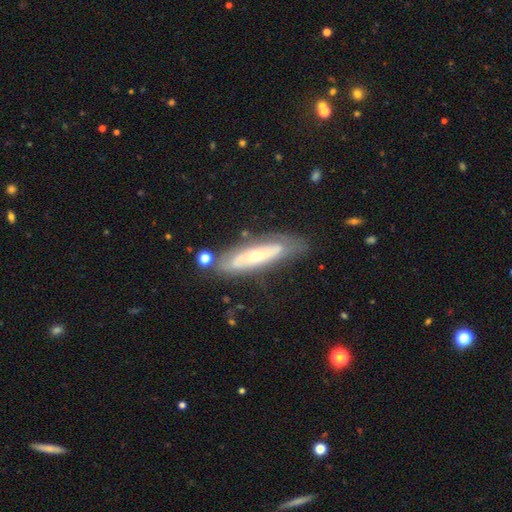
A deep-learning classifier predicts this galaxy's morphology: A featured or disk galaxy (66%). Merging: none (69%).